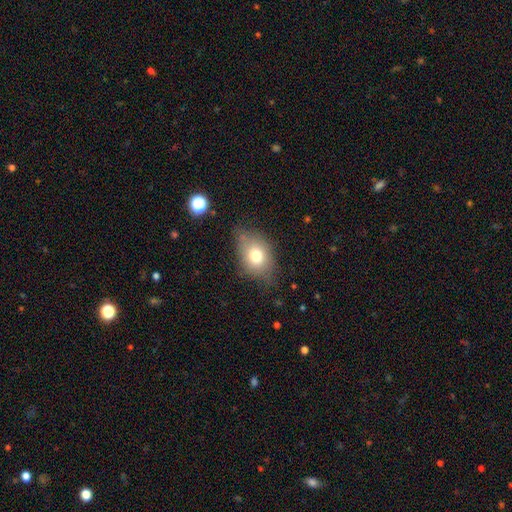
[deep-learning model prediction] A smooth galaxy with no disk features (72%) that is in between round and cigar-shaped (69%). Merging: none (60%).